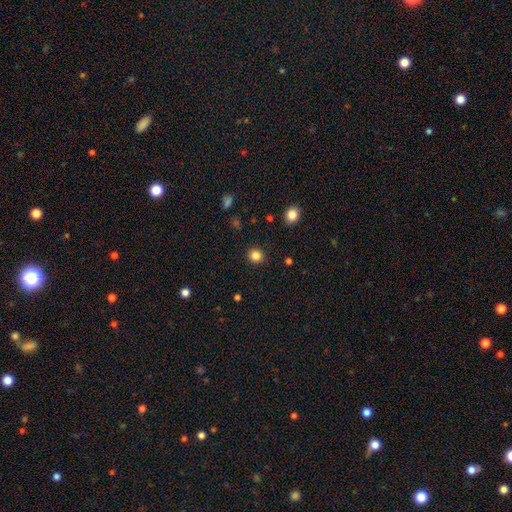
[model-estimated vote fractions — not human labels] smooth 84%, star or artifact 12%, featured or disk 4%. Down the decision tree: how rounded — round (92%); merging — none (92%).